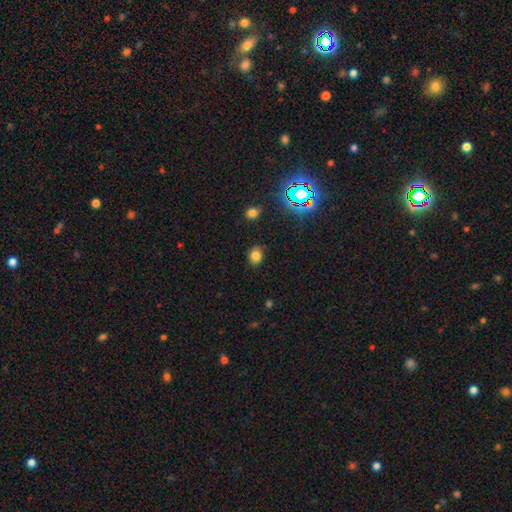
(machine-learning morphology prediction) This is likely a smooth galaxy (77%). How rounded: possibly round (56%). Merging: likely none (79%).